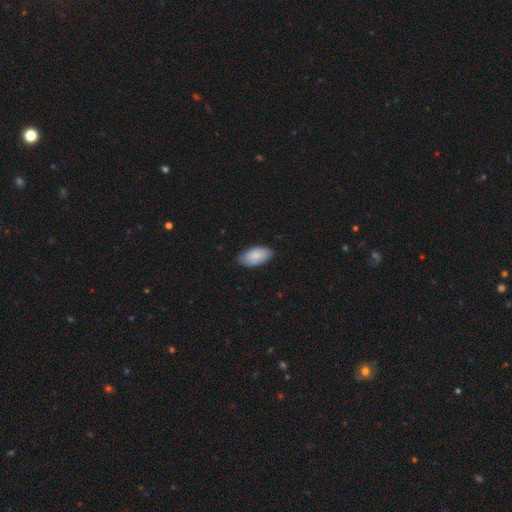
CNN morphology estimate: Smooth or featured? Predicted: smooth (p=0.85). How rounded? Predicted: in between (p=0.96). Merging? Predicted: none (p=0.81).